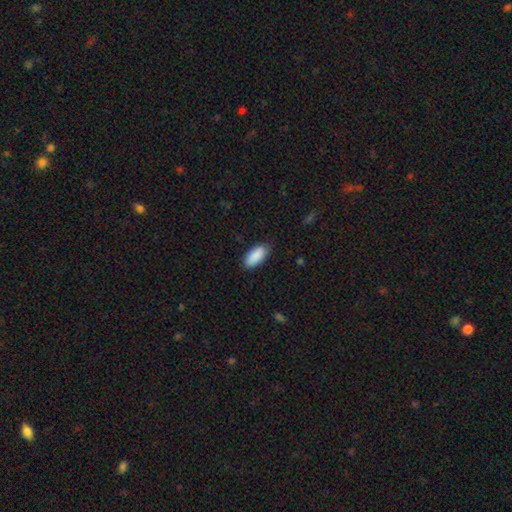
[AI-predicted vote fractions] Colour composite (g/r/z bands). It shows a smooth galaxy with no disk features (90%) that is in between round and cigar-shaped (89%). Merging: none (84%).